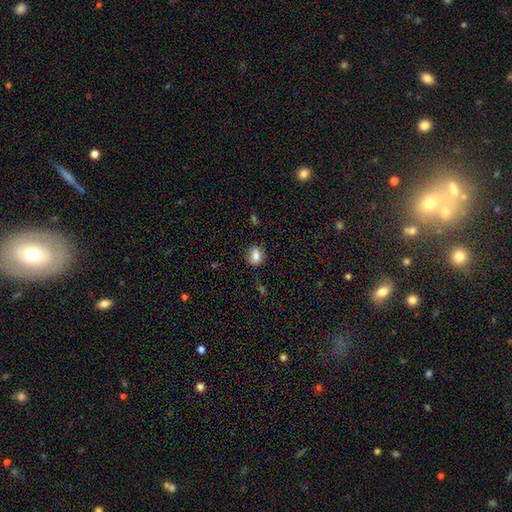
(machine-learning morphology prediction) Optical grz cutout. It shows a smooth galaxy with no disk features (81%) that is round (57%). Merging: none (84%).